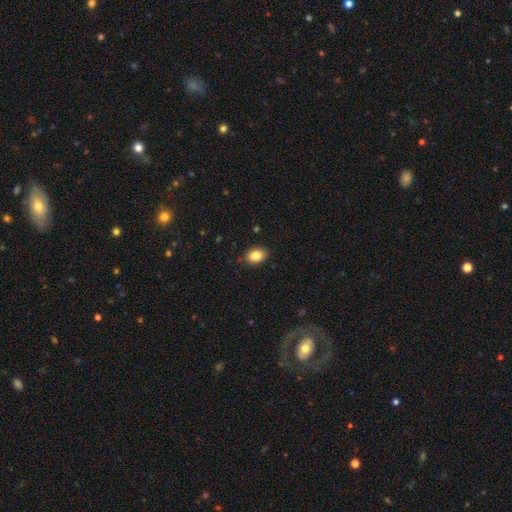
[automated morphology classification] Smooth or featured: smooth — 85% (star or artifact — 9%)
How rounded: in between — 75% (round — 24%)
Merging: none — 87% (minor disturbance — 9%)